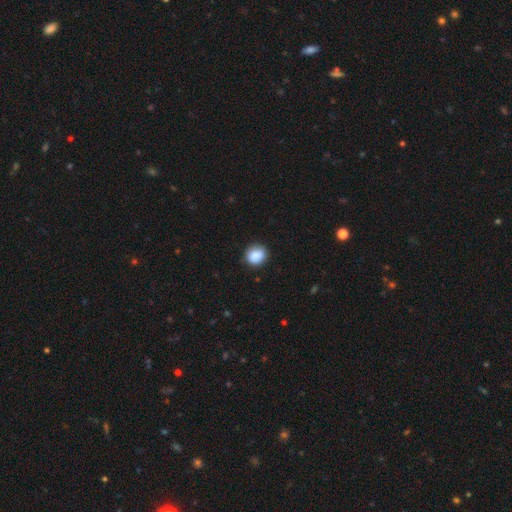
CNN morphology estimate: Smooth or featured? Predicted: smooth (p=0.87). How rounded? Predicted: round (p=0.75). Merging? Predicted: none (p=0.86).